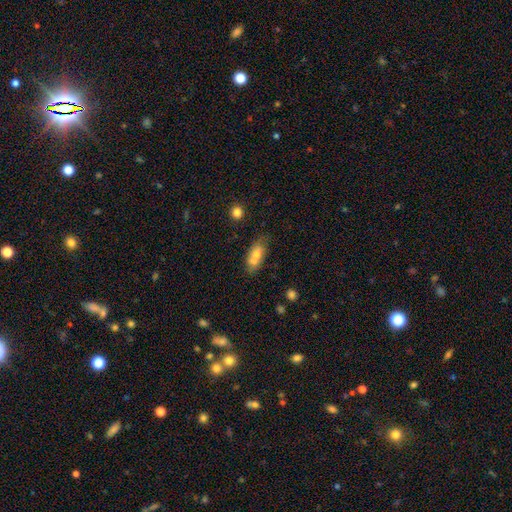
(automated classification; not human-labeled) Overall: smooth (67%). How rounded: in between (82%). Merging: none (44%; merger 37%).